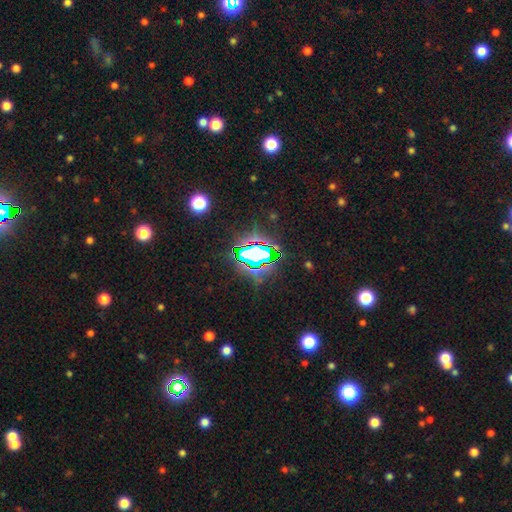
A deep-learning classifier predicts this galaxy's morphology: star or artifact 67%, smooth 19%, featured or disk 15%.